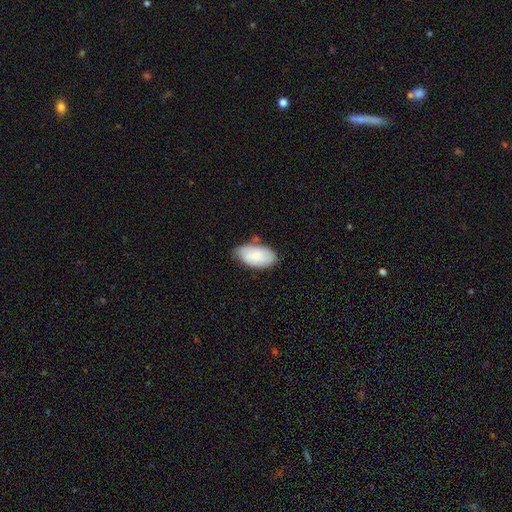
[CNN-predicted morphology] smooth_or_featured: smooth (p=0.79) [alt: featured or disk p=0.15]
how_rounded: in between (p=0.95) [alt: round p=0.03]
merging: none (p=0.67) [alt: minor disturbance p=0.24]